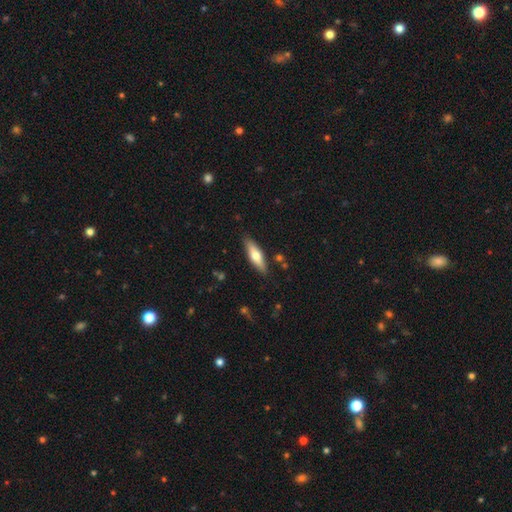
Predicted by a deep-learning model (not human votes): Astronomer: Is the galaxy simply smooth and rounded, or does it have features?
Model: smooth — 59% (runner-up: featured or disk, 35%).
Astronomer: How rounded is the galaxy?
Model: cigar-shaped — 58% (runner-up: in between, 40%).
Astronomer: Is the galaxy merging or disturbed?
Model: none — 86%.